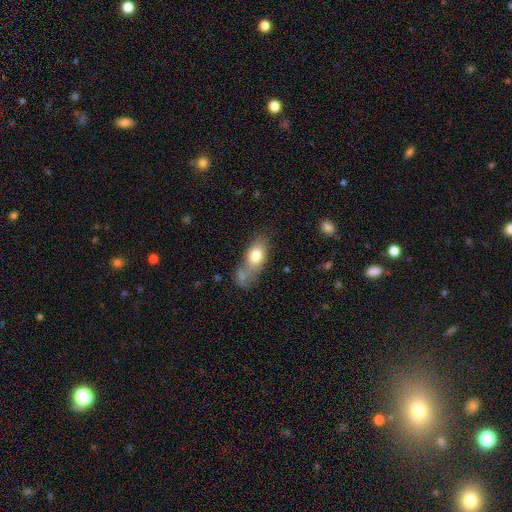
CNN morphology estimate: Smooth or featured: smooth — 74% (featured or disk — 18%)
How rounded: in between — 81% (round — 12%)
Merging: none — 34% (merger — 29%)